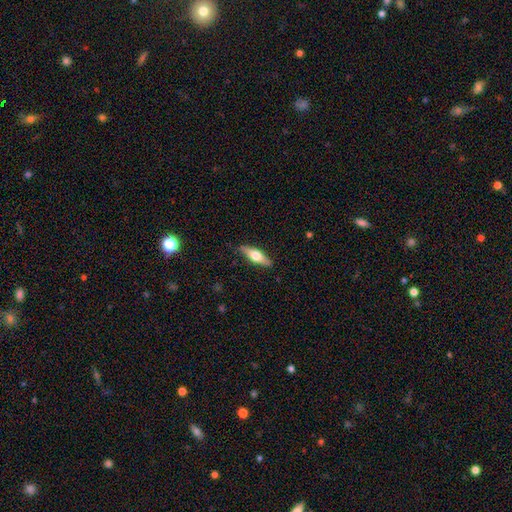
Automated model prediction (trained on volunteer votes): The model was most divided on "smooth or featured": featured or disk: 49%, smooth: 45%, star or artifact: 6%. More confident: merging — none (87%).